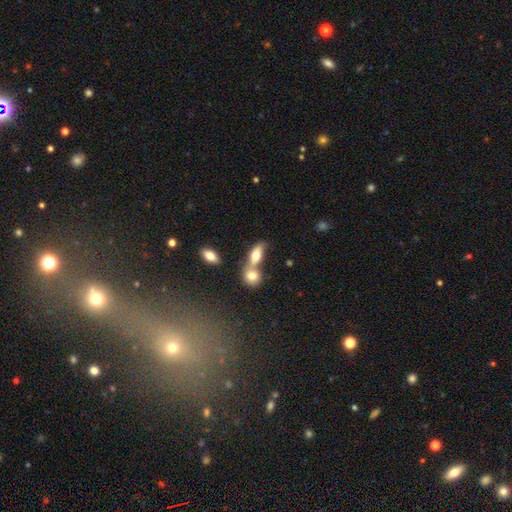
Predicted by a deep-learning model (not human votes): A smooth galaxy with no disk features (71%) that is in between round and cigar-shaped (75%).

Vote fractions:
- Smooth or featured? smooth: 71% / featured or disk: 20% / star or artifact: 9%
- How rounded? in between: 75% / cigar-shaped: 14% / round: 11%
- Merging? merger: 54% / none: 31% / minor disturbance: 9% / major disturbance: 5%